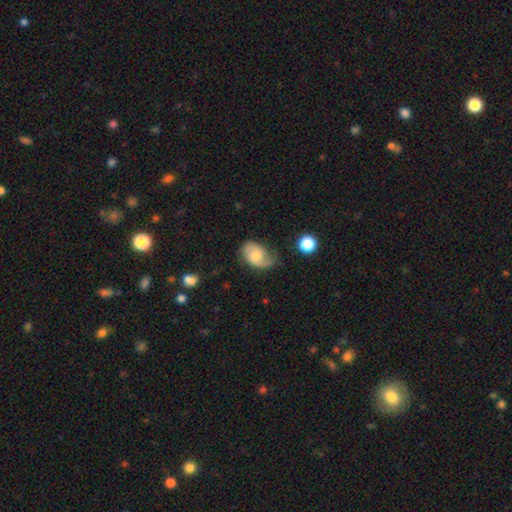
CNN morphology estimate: Smooth or featured? Predicted: featured or disk (p=0.54). Edge-on disk? Predicted: no (p=0.96). Bar? Predicted: no (p=0.68). Spiral arms? Predicted: yes (p=0.88). Bulge size? Predicted: moderate (p=0.50). Merging? Predicted: none (p=0.47).